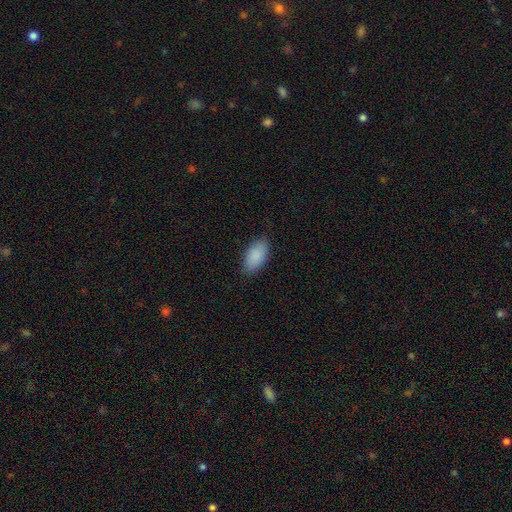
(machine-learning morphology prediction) Q: Smooth or featured?
A: smooth (89%); runner-up: star or artifact (6%)
Q: How rounded?
A: in between (94%); runner-up: cigar-shaped (3%)
Q: Merging?
A: none (83%); runner-up: minor disturbance (13%)